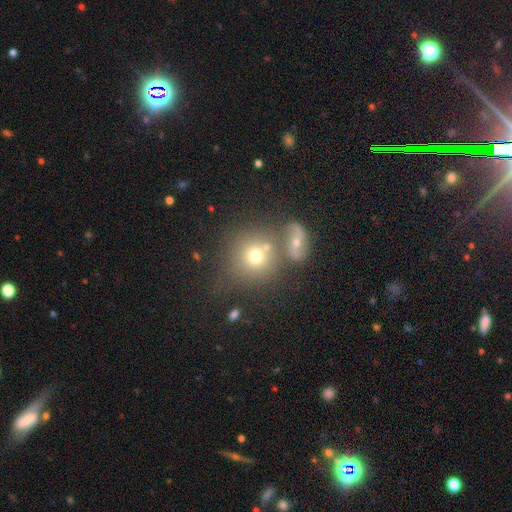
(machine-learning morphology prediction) A smooth galaxy with no disk features (69%) that is round (87%).

Vote fractions:
- Smooth or featured? smooth: 69% / featured or disk: 18% / star or artifact: 13%
- How rounded? round: 87% / in between: 12% / cigar-shaped: 1%
- Merging? none: 53% / merger: 29% / minor disturbance: 12% / major disturbance: 6%